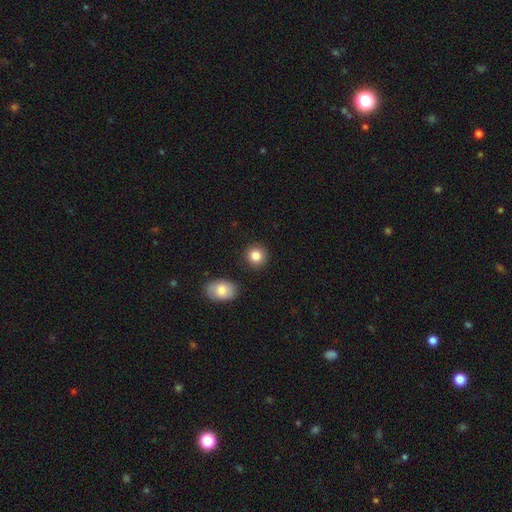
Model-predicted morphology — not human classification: Q: Smooth or featured?
A: smooth (86%); runner-up: star or artifact (9%)
Q: How rounded?
A: round (87%); runner-up: in between (12%)
Q: Merging?
A: none (88%); runner-up: minor disturbance (7%)